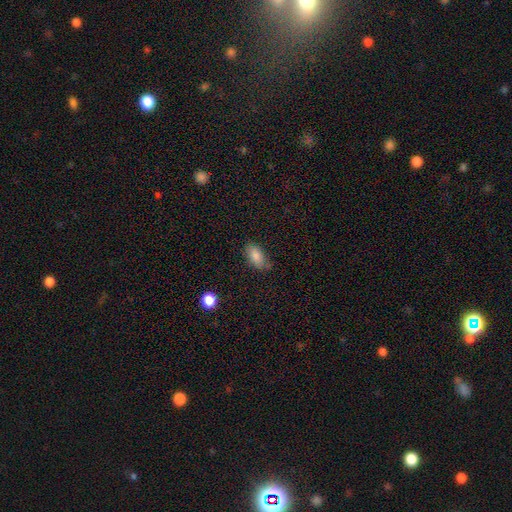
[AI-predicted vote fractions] This appears to be a smooth galaxy with no disk features (84%) that is in between round and cigar-shaped (91%). Merging: none (73%).